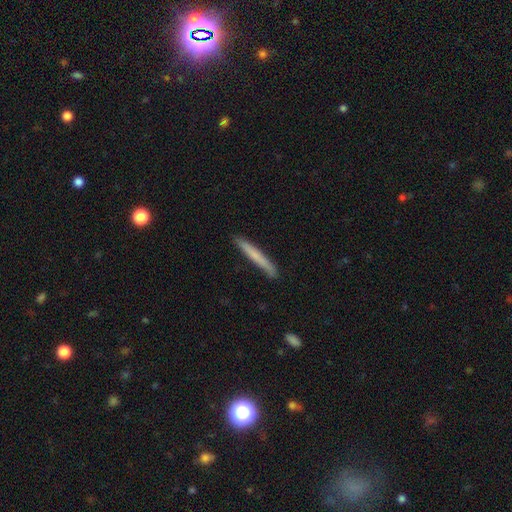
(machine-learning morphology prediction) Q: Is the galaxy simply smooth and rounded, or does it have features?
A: smooth — 65%.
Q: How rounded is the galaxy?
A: cigar-shaped — 97%.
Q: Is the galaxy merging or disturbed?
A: none — 88%.